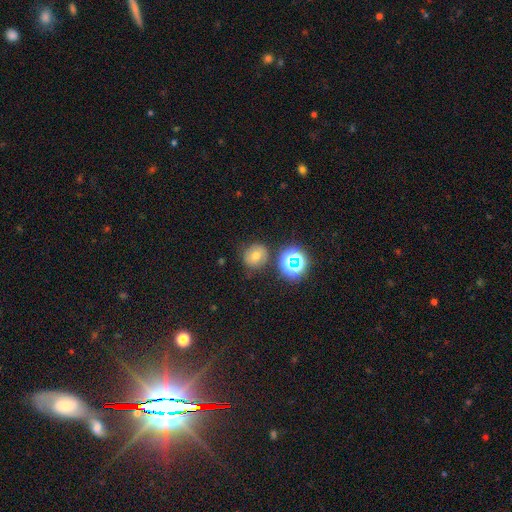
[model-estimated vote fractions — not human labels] This is possibly a smooth galaxy (56%). How rounded: likely round (80%). Merging: likely none (78%).